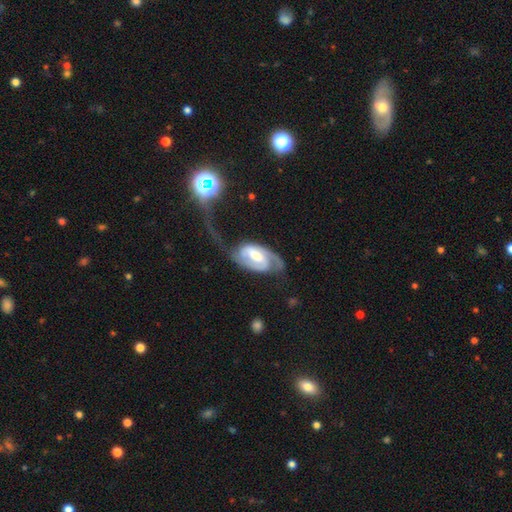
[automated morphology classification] smooth_or_featured: featured or disk (p=0.83) [alt: smooth p=0.12]
disk_edge_on: no (p=0.96) [alt: yes p=0.04]
bar: weak (p=0.46) [alt: strong p=0.36]
has_spiral_arms: yes (p=0.94) [alt: no p=0.06]
spiral_winding: medium (p=0.44) [alt: tight p=0.35]
spiral_arm_count: 2 (p=0.79) [alt: 1 p=0.10]
bulge_size: moderate (p=0.52) [alt: small p=0.20]
merging: none (p=0.39) [alt: major disturbance p=0.34]